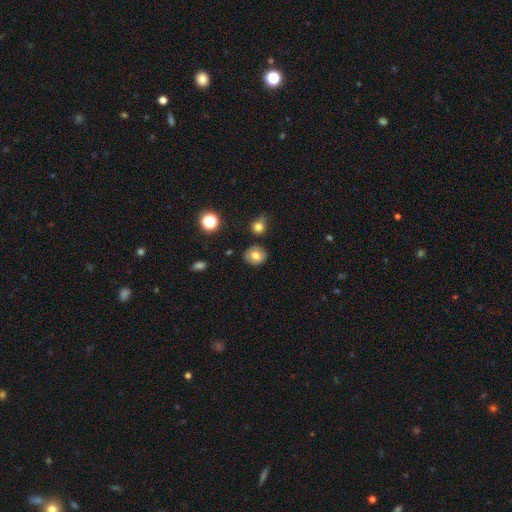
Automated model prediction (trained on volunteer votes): Morphology: type=smooth (75%); roundness=round (71%); merging=none (83%).